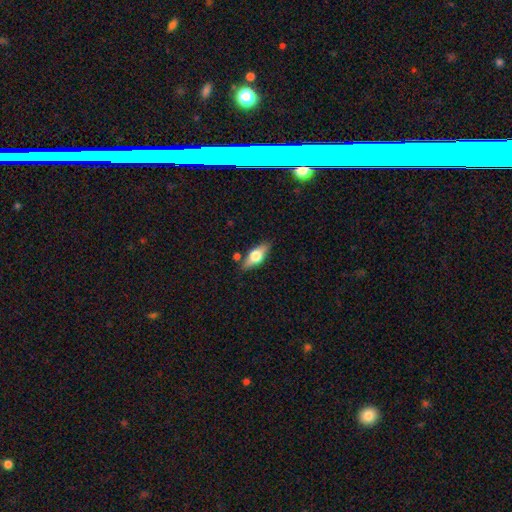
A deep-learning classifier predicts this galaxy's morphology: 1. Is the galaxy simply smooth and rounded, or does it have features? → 48% smooth, 45% featured or disk, 7% star or artifact.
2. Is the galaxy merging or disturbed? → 81% none, 12% minor disturbance, 3% merger, 3% major disturbance.